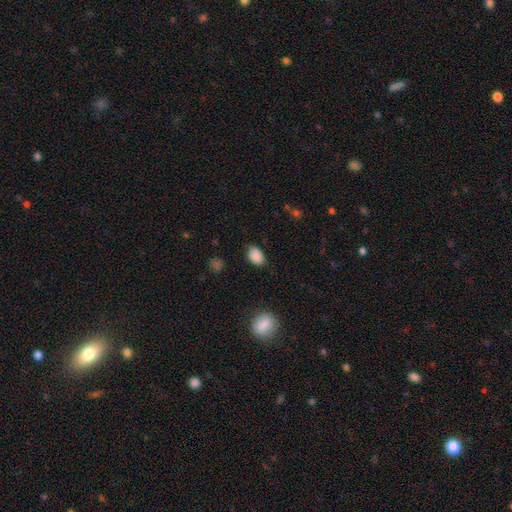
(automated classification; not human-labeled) Q: Smooth or featured?
A: smooth (87%); runner-up: star or artifact (9%)
Q: How rounded?
A: in between (85%); runner-up: round (13%)
Q: Merging?
A: none (76%); runner-up: minor disturbance (19%)